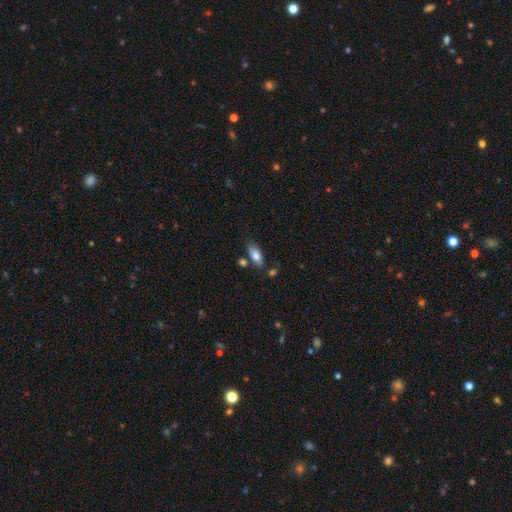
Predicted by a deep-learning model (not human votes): Morphology: type=smooth (81%); roundness=in between (86%); merging=none (68%).